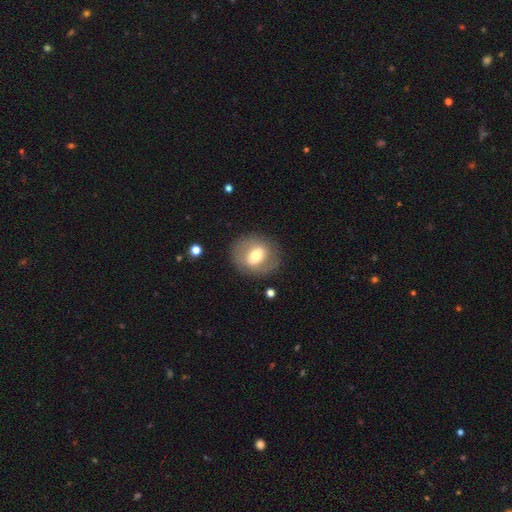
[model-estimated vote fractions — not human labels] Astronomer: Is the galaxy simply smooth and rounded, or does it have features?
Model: smooth — 47% (runner-up: featured or disk, 46%).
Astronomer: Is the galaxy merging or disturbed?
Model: none — 81%.